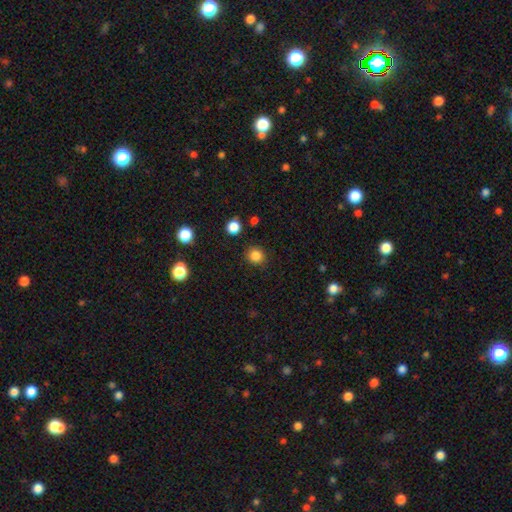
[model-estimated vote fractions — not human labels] Smooth or featured?
  - smooth: 84% *
  - star or artifact: 12%
  - featured or disk: 4%
How rounded?
  - round: 89% *
  - in between: 10%
  - cigar-shaped: 1%
Merging?
  - none: 89% *
  - minor disturbance: 7%
  - major disturbance: 3%
  - merger: 2%